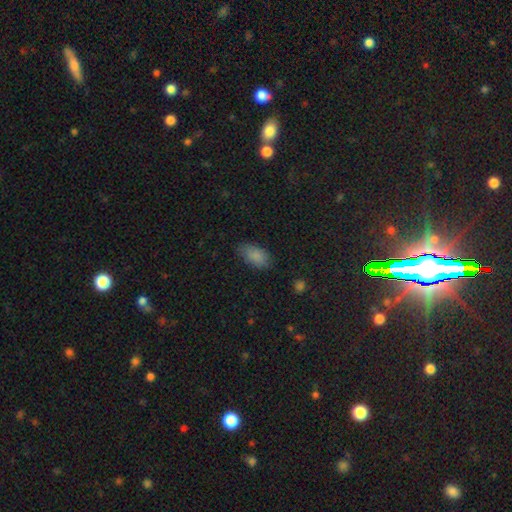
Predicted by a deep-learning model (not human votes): A smooth galaxy with no disk features (86%) that is in between round and cigar-shaped (92%). Merging: none (79%).